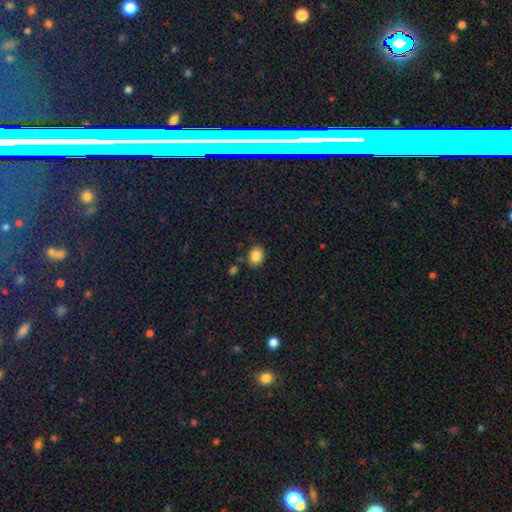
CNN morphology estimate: Smooth or featured? smooth (86%)
How rounded? in between (57%)
Merging? none (83%)